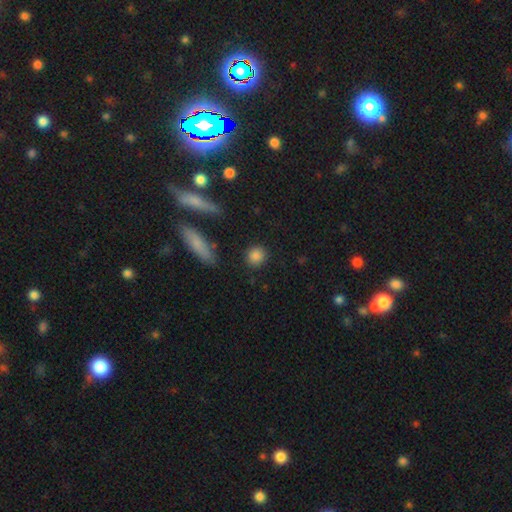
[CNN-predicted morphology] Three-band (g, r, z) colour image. It shows a smooth galaxy with no disk features (86%) that is round (83%). Merging: none (88%).